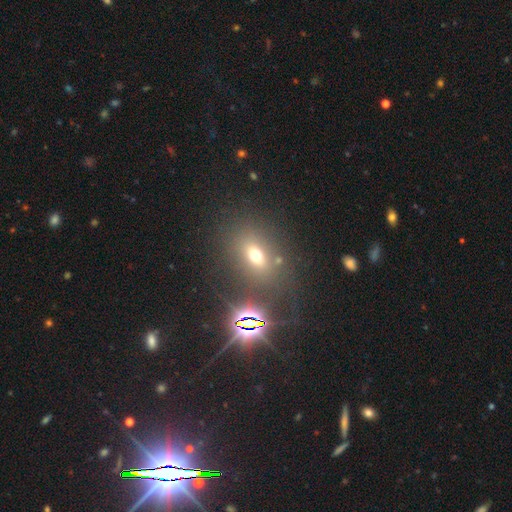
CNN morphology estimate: The model was most divided on "how rounded": in between: 62%, round: 35%, cigar-shaped: 4%. More confident: merging — none (74%); smooth or featured — smooth (62%).